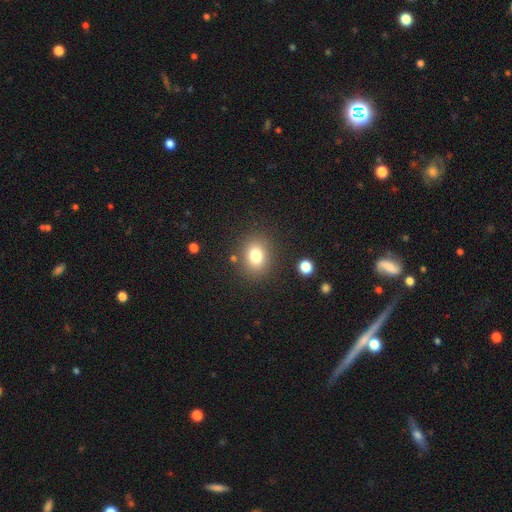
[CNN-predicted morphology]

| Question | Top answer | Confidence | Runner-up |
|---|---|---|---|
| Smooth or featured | smooth | 78% | star or artifact (13%) |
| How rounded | round | 58% | in between (41%) |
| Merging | none | 84% | minor disturbance (9%) |